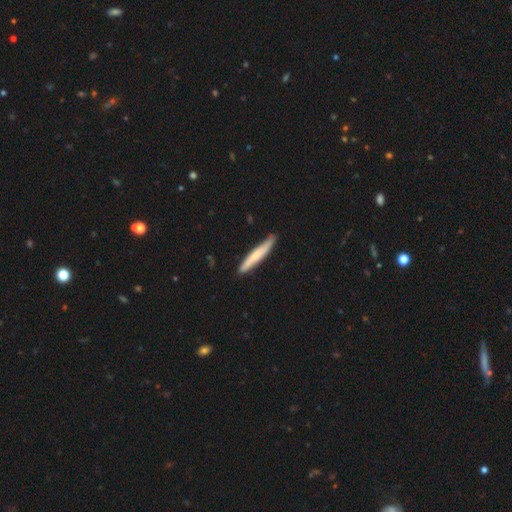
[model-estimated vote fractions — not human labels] Smooth or featured?
  - smooth: 64% *
  - featured or disk: 31%
  - star or artifact: 5%
How rounded?
  - cigar-shaped: 94% *
  - in between: 5%
  - round: 1%
Merging?
  - none: 84% *
  - minor disturbance: 12%
  - major disturbance: 2%
  - merger: 1%